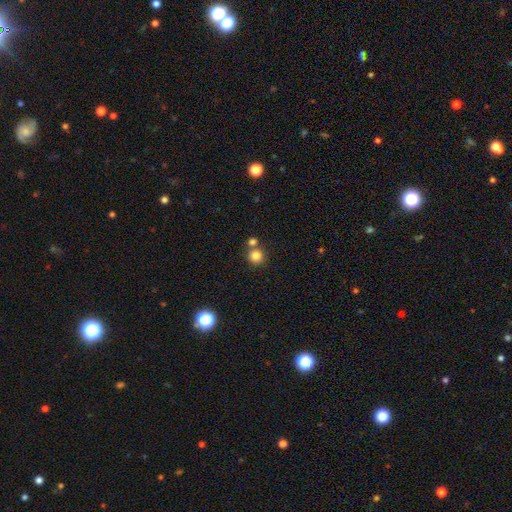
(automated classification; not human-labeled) A smooth galaxy with no disk features (83%) that is round (91%).

Vote fractions:
- Smooth or featured? smooth: 83% / star or artifact: 12% / featured or disk: 6%
- How rounded? round: 91% / in between: 8% / cigar-shaped: 1%
- Merging? none: 63% / merger: 27% / minor disturbance: 7% / major disturbance: 3%